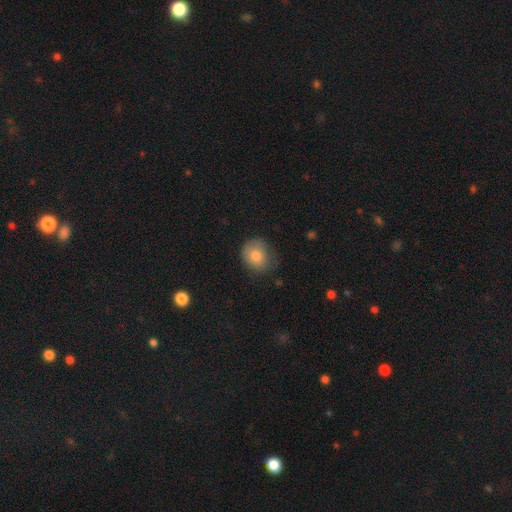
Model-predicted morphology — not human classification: The model was most divided on "merging": none: 68%, minor disturbance: 24%, major disturbance: 6%, merger: 2%. More confident: smooth or featured — smooth (80%); how rounded — round (73%).